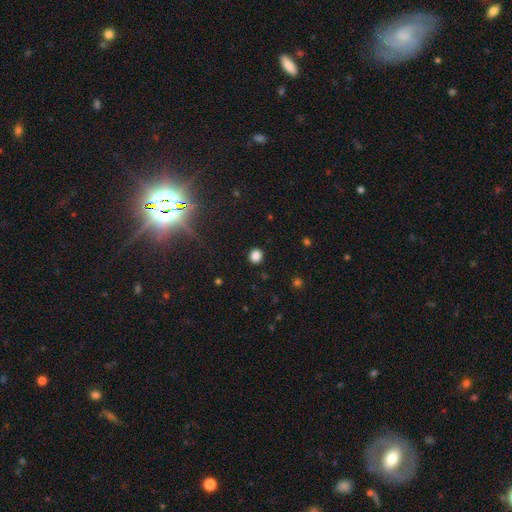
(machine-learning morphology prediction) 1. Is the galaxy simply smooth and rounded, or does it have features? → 84% smooth, 13% star or artifact, 3% featured or disk.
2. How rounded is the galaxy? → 88% round, 11% in between, 1% cigar-shaped.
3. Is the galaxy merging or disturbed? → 92% none, 5% minor disturbance, 2% major disturbance, 1% merger.